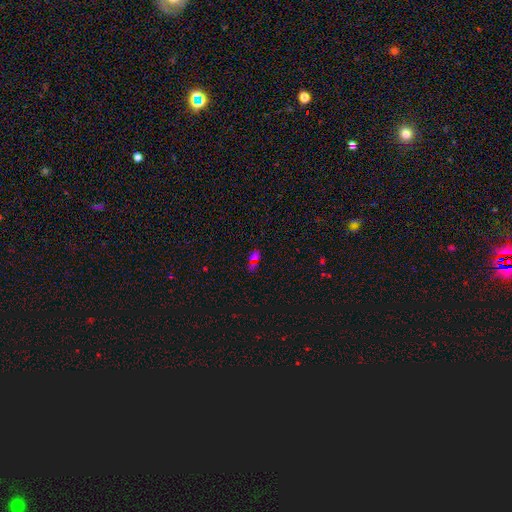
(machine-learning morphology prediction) smooth 48%, star or artifact 40%, featured or disk 12%. Down the decision tree: merging — none (58%).